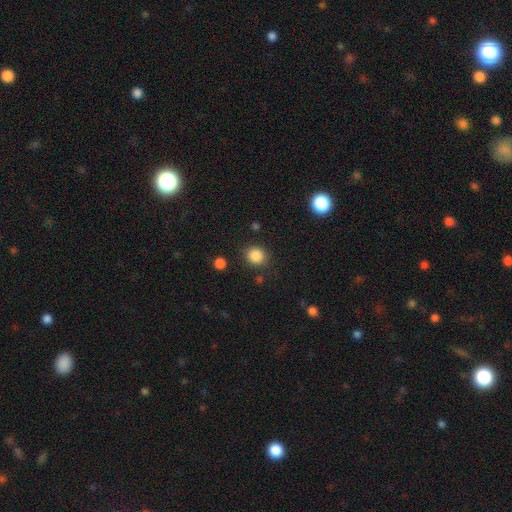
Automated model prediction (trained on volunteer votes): Smooth or featured?
  - smooth: 86% *
  - star or artifact: 10%
  - featured or disk: 4%
How rounded?
  - round: 82% *
  - in between: 17%
  - cigar-shaped: 1%
Merging?
  - none: 84% *
  - minor disturbance: 9%
  - major disturbance: 4%
  - merger: 3%